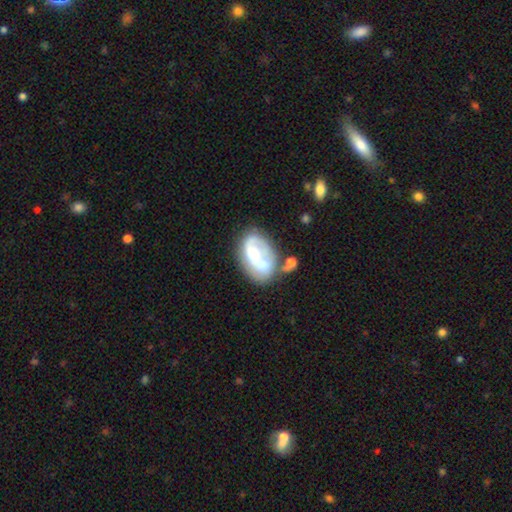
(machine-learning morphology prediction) This appears to be a featured or disk galaxy (53%) with no bar (75%), no spiral arms (65%) and a moderate central bulge (45%). Merging: none (31%, tied with merger).